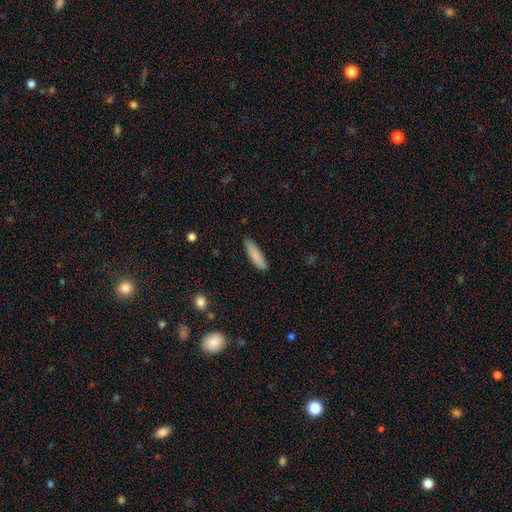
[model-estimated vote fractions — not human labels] Q: Smooth or featured?
A: smooth (86%); runner-up: featured or disk (8%)
Q: How rounded?
A: cigar-shaped (73%); runner-up: in between (25%)
Q: Merging?
A: none (86%); runner-up: minor disturbance (11%)